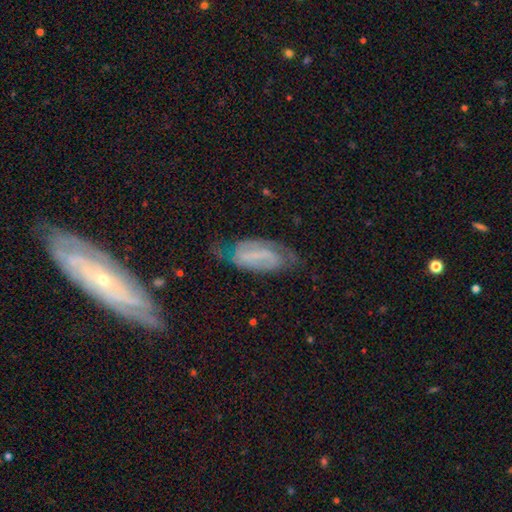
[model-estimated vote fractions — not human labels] Q: Smooth or featured?
A: featured or disk (72%); runner-up: smooth (19%)
Q: Edge-on disk?
A: no (94%); runner-up: yes (6%)
Q: Bar?
A: strong (41%); runner-up: weak (40%)
Q: Spiral arms?
A: yes (90%); runner-up: no (10%)
Q: Spiral winding?
A: medium (43%); runner-up: tight (35%)
Q: Spiral arm count?
A: 2 (81%); runner-up: can't tell (11%)
Q: Bulge size?
A: none (49%); runner-up: small (40%)
Q: Merging?
A: none (64%); runner-up: minor disturbance (23%)